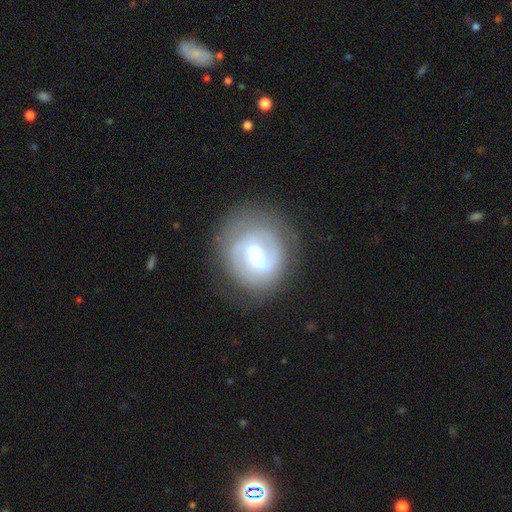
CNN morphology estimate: Smooth or featured? featured or disk (81%)
Edge-on disk? no (98%)
Bar? weak (55%)
Spiral arms? yes (91%)
Spiral winding? medium (42%)
Spiral arm count? 2 (68%)
Bulge size? moderate (61%)
Merging? none (73%)